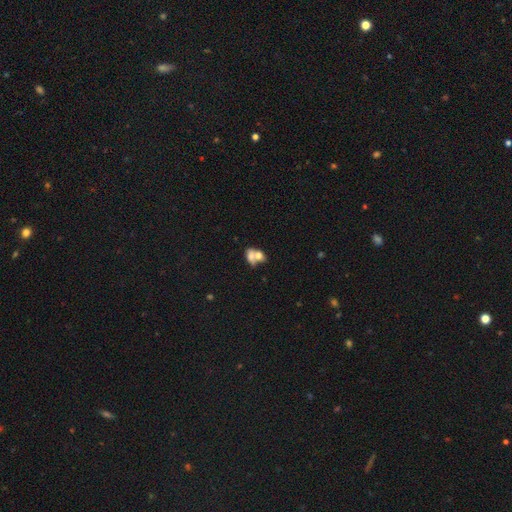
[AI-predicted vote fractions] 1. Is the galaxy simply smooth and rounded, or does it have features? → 63% smooth, 26% featured or disk, 11% star or artifact.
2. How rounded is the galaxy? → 70% in between, 27% round, 3% cigar-shaped.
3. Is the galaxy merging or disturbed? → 67% merger, 19% none, 7% minor disturbance, 6% major disturbance.